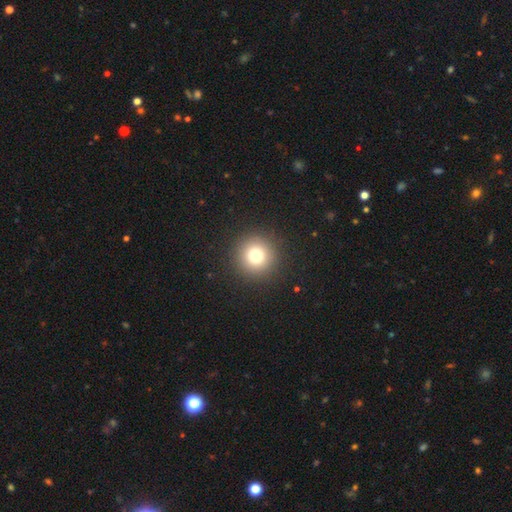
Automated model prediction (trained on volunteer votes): Smooth or featured?
  - smooth: 76% *
  - star or artifact: 14%
  - featured or disk: 9%
How rounded?
  - round: 96% *
  - in between: 3%
  - cigar-shaped: 1%
Merging?
  - none: 92% *
  - minor disturbance: 5%
  - major disturbance: 2%
  - merger: 1%